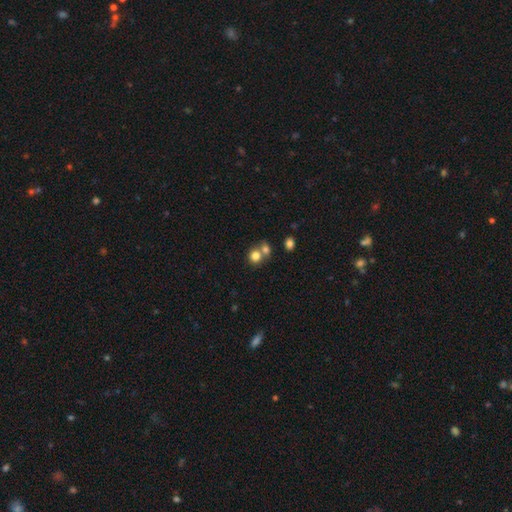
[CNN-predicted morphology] Smooth or featured?
  - smooth: 80% *
  - star or artifact: 11%
  - featured or disk: 9%
How rounded?
  - round: 79% *
  - in between: 20%
  - cigar-shaped: 1%
Merging?
  - none: 45% *
  - merger: 44%
  - minor disturbance: 7%
  - major disturbance: 3%